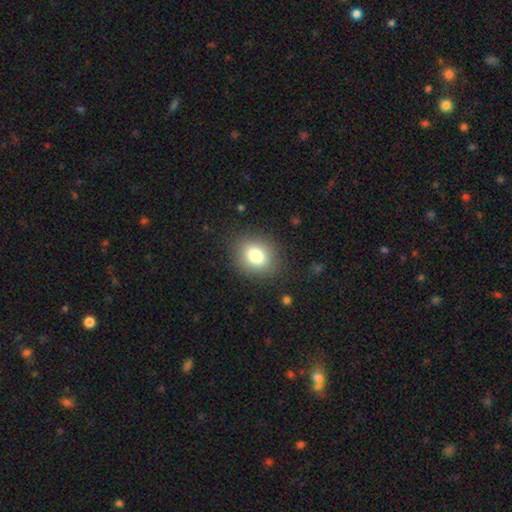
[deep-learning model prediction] Smooth or featured? Predicted: smooth (p=0.78). How rounded? Predicted: round (p=0.59). Merging? Predicted: none (p=0.86).